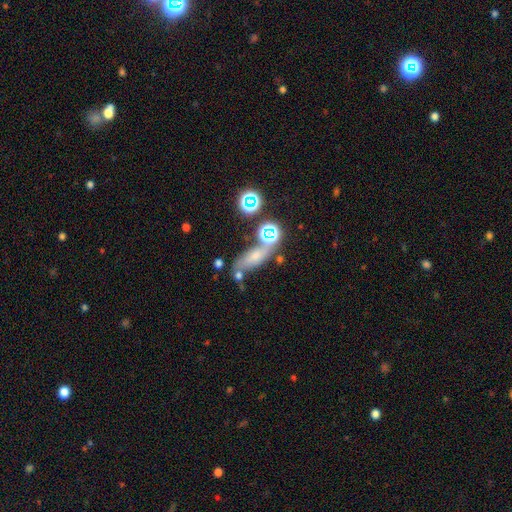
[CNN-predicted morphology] Q: Smooth or featured?
A: smooth (56%); runner-up: featured or disk (22%)
Q: How rounded?
A: in between (52%); runner-up: cigar-shaped (35%)
Q: Merging?
A: none (55%); runner-up: merger (20%)